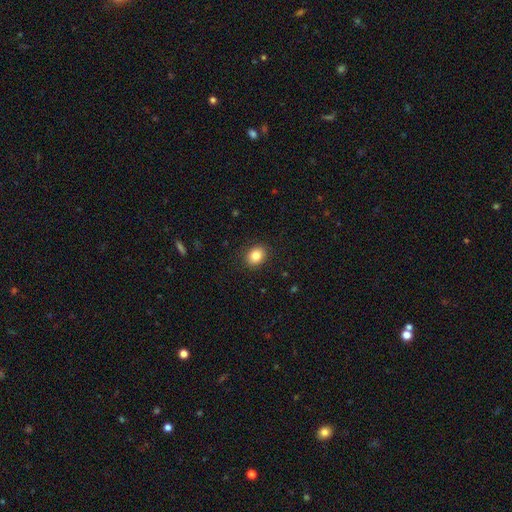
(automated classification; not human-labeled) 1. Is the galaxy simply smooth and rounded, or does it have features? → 83% smooth, 10% star or artifact, 7% featured or disk.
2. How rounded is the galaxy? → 52% round, 47% in between, 1% cigar-shaped.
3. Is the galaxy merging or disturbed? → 90% none, 7% minor disturbance, 2% major disturbance, 1% merger.